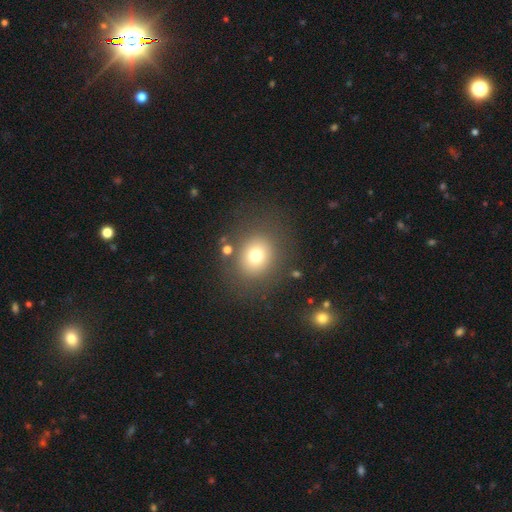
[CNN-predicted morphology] type=smooth (74%); roundness=round (77%); merging=none (81%).